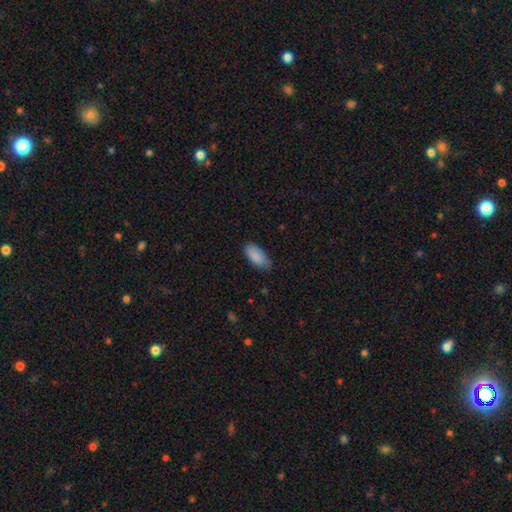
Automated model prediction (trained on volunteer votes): Smooth or featured? smooth (88%)
How rounded? in between (91%)
Merging? none (73%)